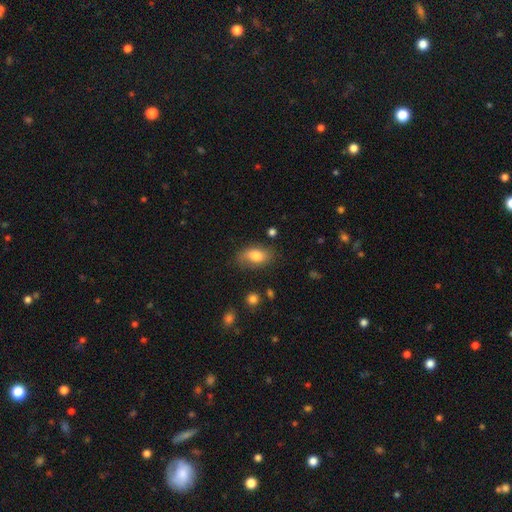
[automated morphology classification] smooth_or_featured: smooth (p=0.77) [alt: featured or disk p=0.15]
how_rounded: in between (p=0.89) [alt: round p=0.07]
merging: none (p=0.74) [alt: minor disturbance p=0.19]